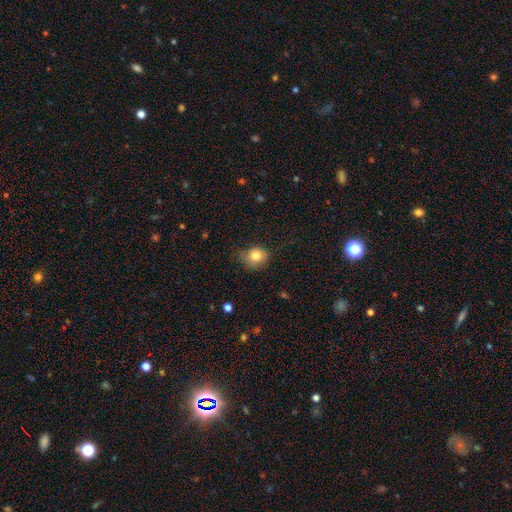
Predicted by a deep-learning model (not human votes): Smooth or featured?
  - smooth: 82% *
  - star or artifact: 10%
  - featured or disk: 8%
How rounded?
  - round: 73% *
  - in between: 26%
  - cigar-shaped: 1%
Merging?
  - none: 62% *
  - minor disturbance: 29%
  - major disturbance: 7%
  - merger: 1%